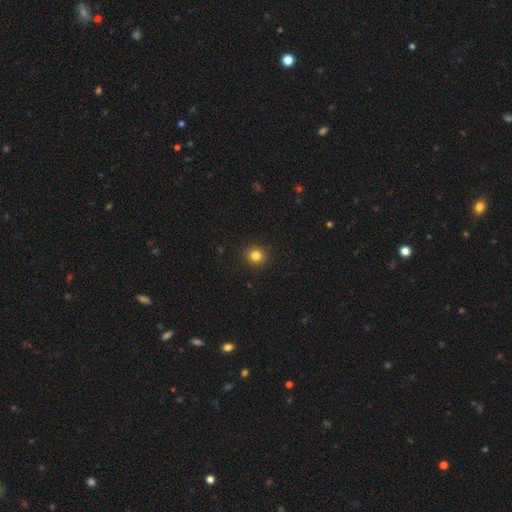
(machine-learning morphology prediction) smooth_or_featured: smooth (p=0.83) [alt: star or artifact p=0.12]
how_rounded: round (p=0.93) [alt: in between p=0.06]
merging: none (p=0.93) [alt: minor disturbance p=0.05]